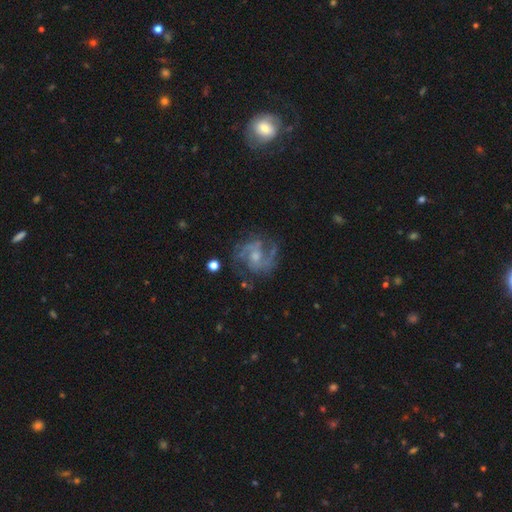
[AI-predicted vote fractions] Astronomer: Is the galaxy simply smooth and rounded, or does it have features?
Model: featured or disk — 87%.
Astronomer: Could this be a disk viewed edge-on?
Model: no — 98%.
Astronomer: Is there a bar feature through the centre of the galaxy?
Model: no — 49% (runner-up: weak, 42%).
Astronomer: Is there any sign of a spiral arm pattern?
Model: yes — 96%.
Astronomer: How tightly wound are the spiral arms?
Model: medium — 57%.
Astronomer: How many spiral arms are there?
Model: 2 — 75%.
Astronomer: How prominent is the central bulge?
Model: small — 47% (runner-up: moderate, 44%).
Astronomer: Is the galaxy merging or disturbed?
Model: none — 71%.